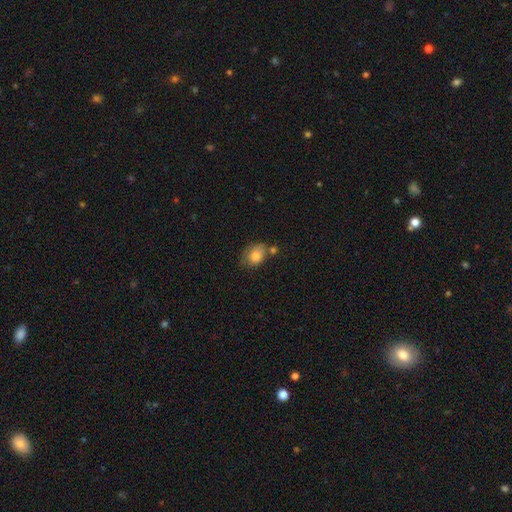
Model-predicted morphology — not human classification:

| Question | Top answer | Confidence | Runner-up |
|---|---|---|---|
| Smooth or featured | smooth | 81% | featured or disk (10%) |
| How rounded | in between | 63% | round (36%) |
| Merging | none | 50% | minor disturbance (26%) |